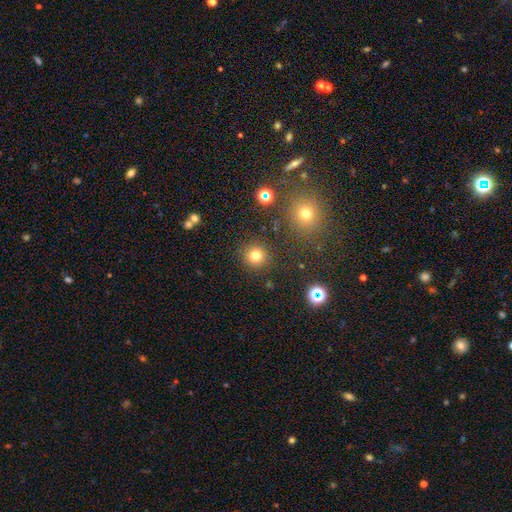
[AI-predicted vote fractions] Morphology: type=smooth (76%); roundness=round (93%); merging=none (87%).